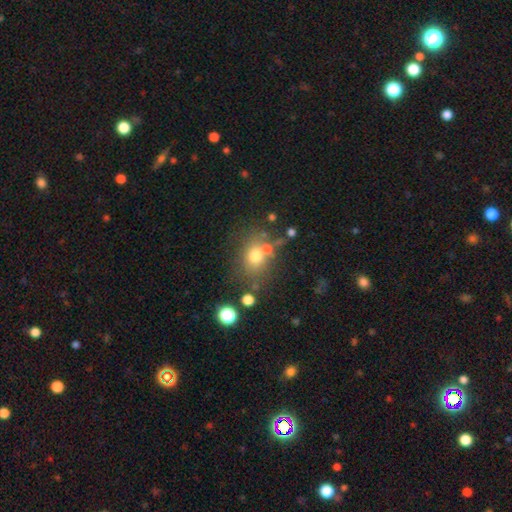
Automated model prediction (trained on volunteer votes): A smooth galaxy with no disk features (70%) that is round (63%).

Vote fractions:
- Smooth or featured? smooth: 70% / star or artifact: 16% / featured or disk: 14%
- How rounded? round: 63% / in between: 36% / cigar-shaped: 1%
- Merging? none: 62% / merger: 17% / minor disturbance: 14% / major disturbance: 7%